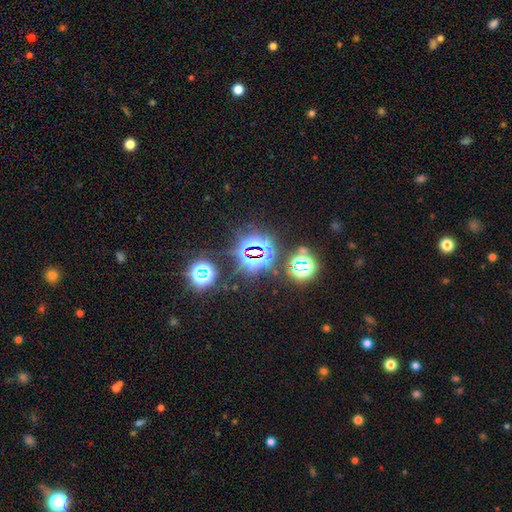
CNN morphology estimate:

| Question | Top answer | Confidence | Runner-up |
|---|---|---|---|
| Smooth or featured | star or artifact | 81% | smooth (11%) |